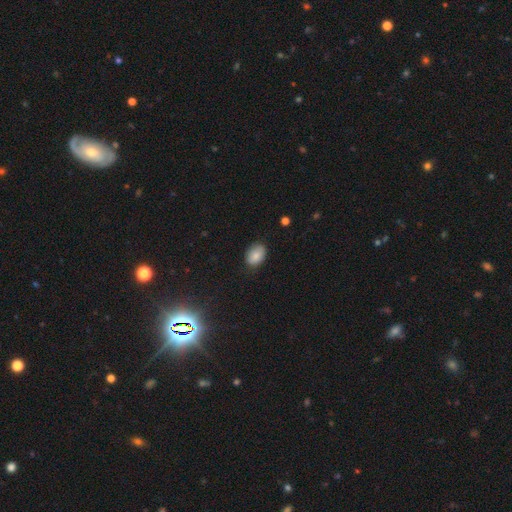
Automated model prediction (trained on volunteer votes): smooth_or_featured: smooth (p=0.85) [alt: star or artifact p=0.08]
how_rounded: in between (p=0.83) [alt: round p=0.16]
merging: none (p=0.80) [alt: minor disturbance p=0.16]